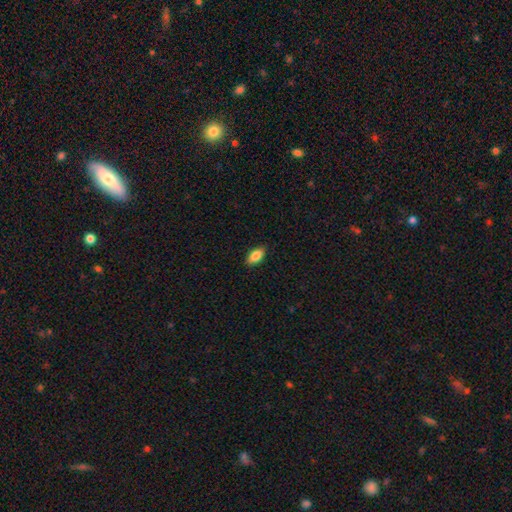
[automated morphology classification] This is clearly a smooth galaxy (82%). How rounded: clearly in between (89%). Merging: clearly none (88%).